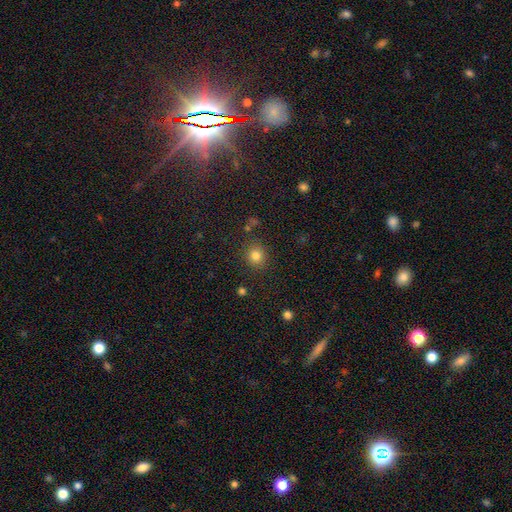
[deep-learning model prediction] smooth-or-featured: smooth: 81% | star or artifact: 14% | featured or disk: 6%
  how-rounded: round: 86% | in between: 13% | cigar-shaped: 1%
  merging: none: 86% | minor disturbance: 8% | major disturbance: 3% | merger: 3%